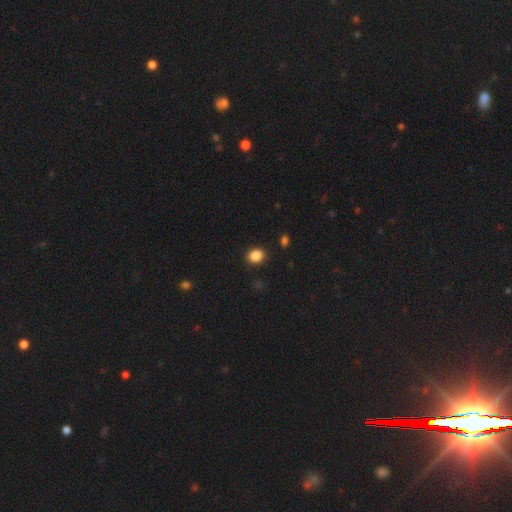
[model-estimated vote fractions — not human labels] This appears to be a smooth galaxy with no disk features (87%) that is round (57%). Merging: none (89%).